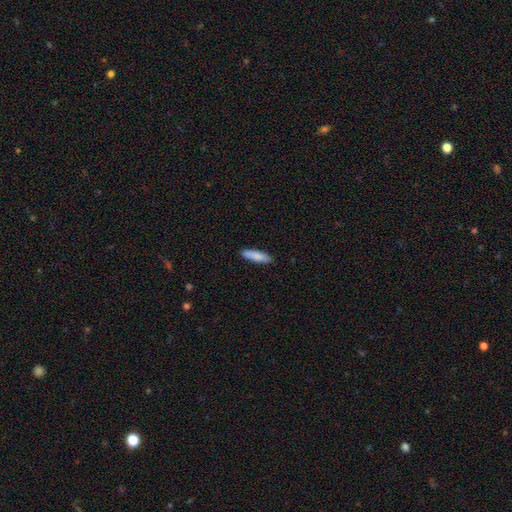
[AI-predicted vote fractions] Smooth or featured? Predicted: smooth (p=0.84). How rounded? Predicted: cigar-shaped (p=0.71). Merging? Predicted: none (p=0.87).